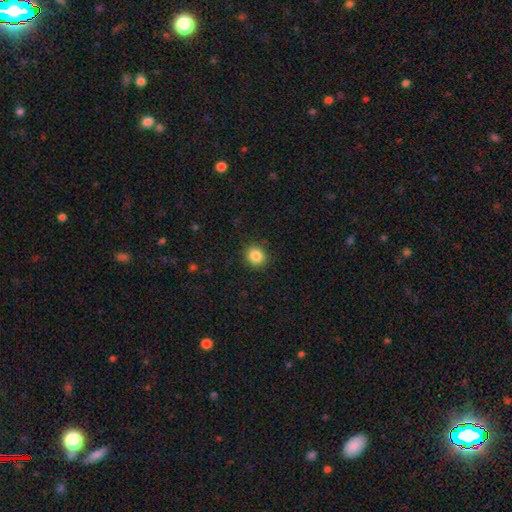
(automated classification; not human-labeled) This appears to be a smooth galaxy with no disk features (86%) that is round (86%). Merging: none (89%).